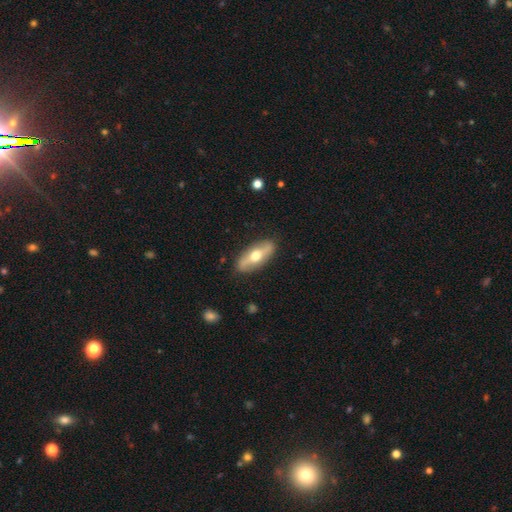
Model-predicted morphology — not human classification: Overall: featured or disk (52%; smooth 43%). Edge-on disk: no (56%; yes 44%). Merging: none (86%).